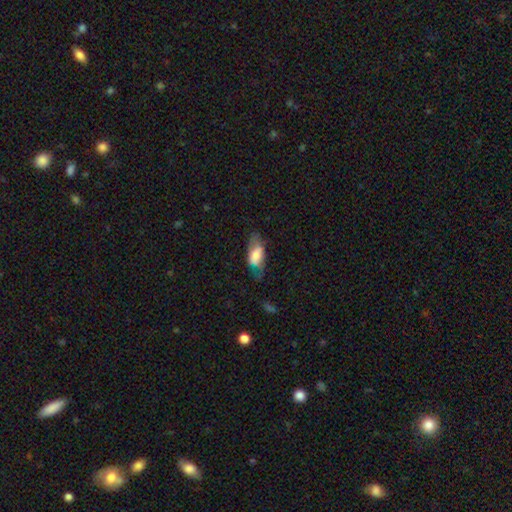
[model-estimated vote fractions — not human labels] The model was most divided on "merging": none: 52%, minor disturbance: 27%, major disturbance: 18%, merger: 2%. More confident: how rounded — in between (83%); smooth or featured — smooth (60%).